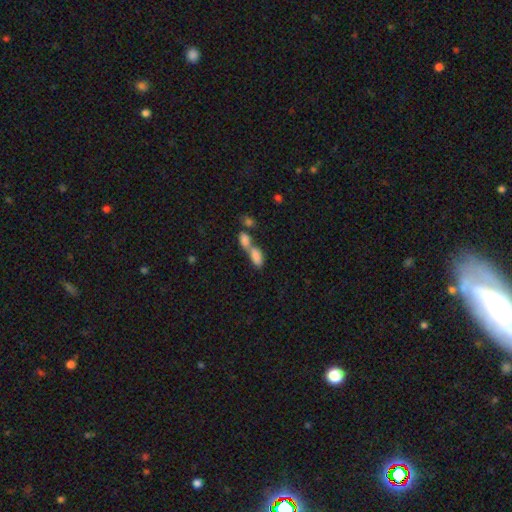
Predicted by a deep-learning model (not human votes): Q: Smooth or featured?
A: smooth (82%); runner-up: featured or disk (10%)
Q: How rounded?
A: in between (88%); runner-up: cigar-shaped (8%)
Q: Merging?
A: merger (69%); runner-up: none (21%)